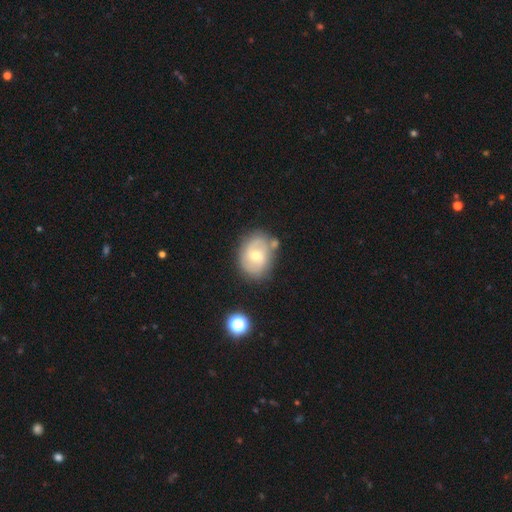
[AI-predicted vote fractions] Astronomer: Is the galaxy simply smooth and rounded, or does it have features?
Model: featured or disk — 56% (runner-up: smooth, 37%).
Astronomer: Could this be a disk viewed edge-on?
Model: no — 96%.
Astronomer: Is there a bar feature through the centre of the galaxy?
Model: weak — 55% (runner-up: no, 33%).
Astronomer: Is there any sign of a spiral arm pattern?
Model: yes — 76%.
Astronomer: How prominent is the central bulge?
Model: moderate — 55% (runner-up: small, 40%).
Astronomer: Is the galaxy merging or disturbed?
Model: none — 68%.